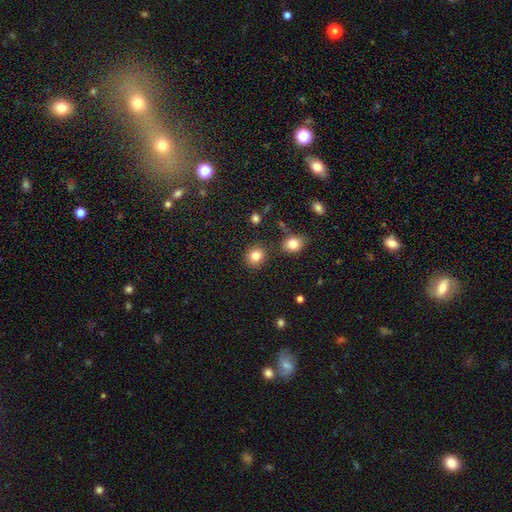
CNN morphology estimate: Overall: smooth (83%). How rounded: round (77%). Merging: none (85%).